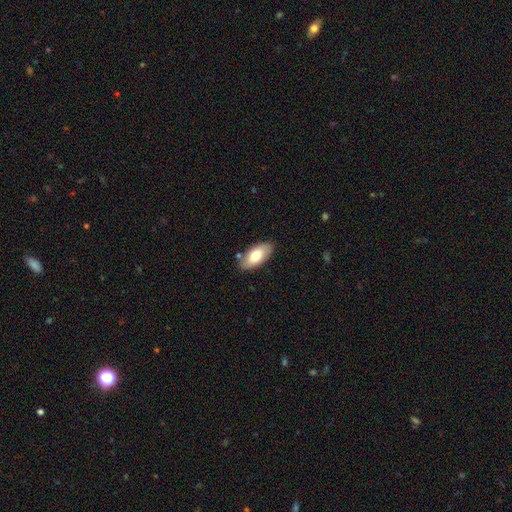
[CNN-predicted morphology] smooth 75%, featured or disk 19%, star or artifact 6%. Down the decision tree: how rounded — in between (90%); merging — none (82%).